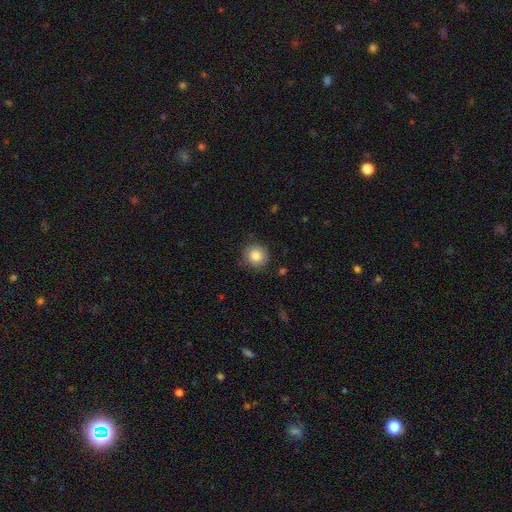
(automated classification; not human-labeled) Morphology: type=smooth (84%); roundness=round (92%); merging=none (87%).